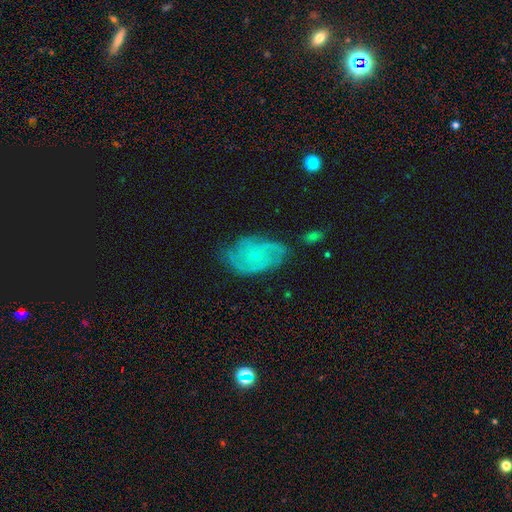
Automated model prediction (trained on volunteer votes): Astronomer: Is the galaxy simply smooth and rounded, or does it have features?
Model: featured or disk — 74%.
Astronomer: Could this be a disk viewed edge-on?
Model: no — 97%.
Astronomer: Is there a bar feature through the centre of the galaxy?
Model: no — 76%.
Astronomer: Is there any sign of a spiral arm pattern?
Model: yes — 89%.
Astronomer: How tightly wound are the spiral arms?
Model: tight — 44% (runner-up: medium, 40%).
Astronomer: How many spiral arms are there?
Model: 2 — 42% (runner-up: can't tell, 29%).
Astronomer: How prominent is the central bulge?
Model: small — 83%.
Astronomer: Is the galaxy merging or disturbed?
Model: none — 62%.